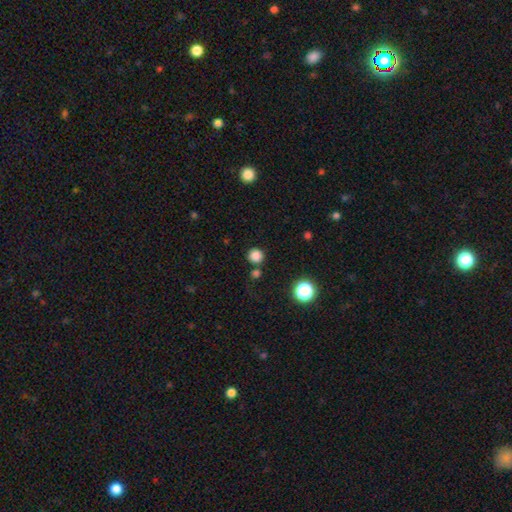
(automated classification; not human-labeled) Q: Smooth or featured?
A: smooth (82%); runner-up: star or artifact (14%)
Q: How rounded?
A: round (93%); runner-up: in between (6%)
Q: Merging?
A: none (79%); runner-up: merger (10%)